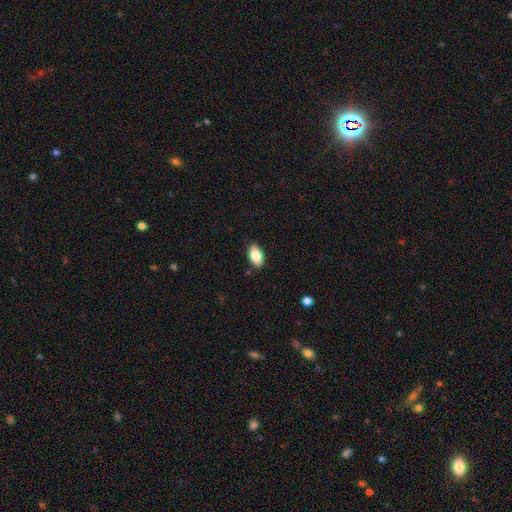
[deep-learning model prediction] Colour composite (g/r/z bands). It shows a smooth galaxy with no disk features (85%) that is in between round and cigar-shaped (93%). Merging: none (88%).